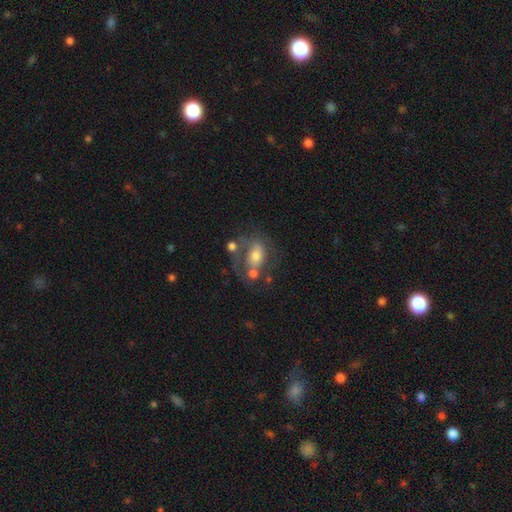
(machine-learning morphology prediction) Smooth or featured: featured or disk — 50% (smooth — 41%)
Edge-on disk: no — 95% (yes — 5%)
Merging: none — 35% (merger — 26%)